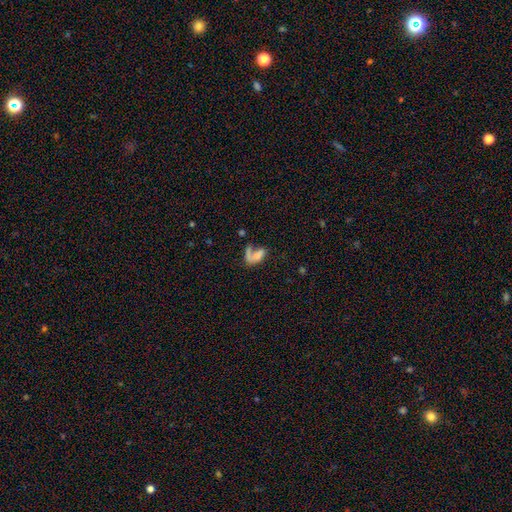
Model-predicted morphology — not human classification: Overall: smooth (59%; featured or disk 28%). How rounded: in between (79%). Merging: merger (37%; none 27%).